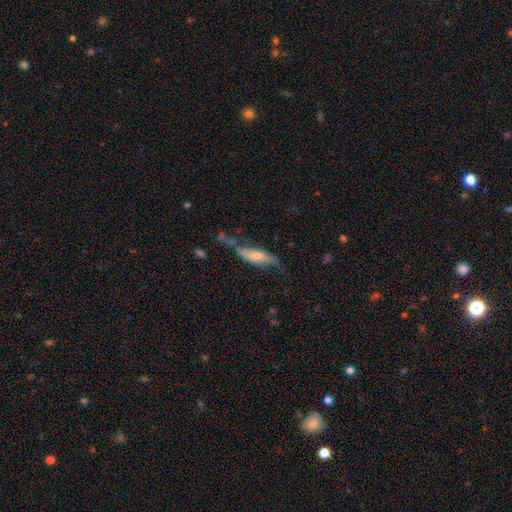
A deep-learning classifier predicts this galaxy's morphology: featured or disk 55%, smooth 38%, star or artifact 7%. Down the decision tree: edge-on disk — no (64%); merging — none (37%).